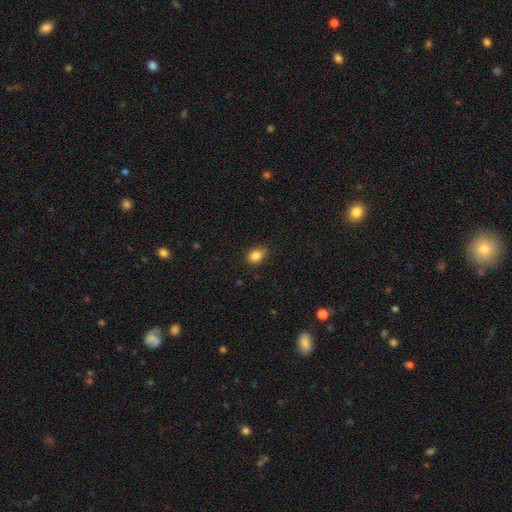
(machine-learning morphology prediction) A smooth galaxy with no disk features (85%) that is in between round and cigar-shaped (77%). Merging: none (73%).